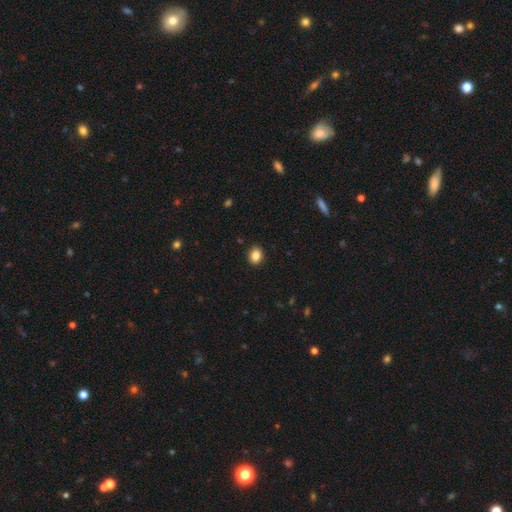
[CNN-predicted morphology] A smooth galaxy with no disk features (86%) that is in between round and cigar-shaped (53%). Merging: none (90%).